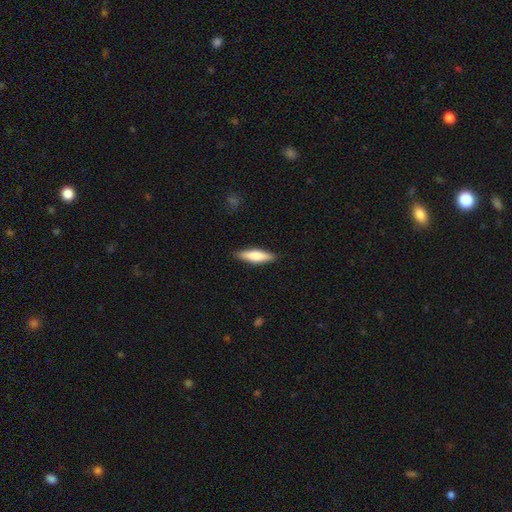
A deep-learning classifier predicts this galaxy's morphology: Q: Smooth or featured?
A: smooth (69%); runner-up: featured or disk (26%)
Q: How rounded?
A: cigar-shaped (66%); runner-up: in between (33%)
Q: Merging?
A: none (88%); runner-up: minor disturbance (9%)